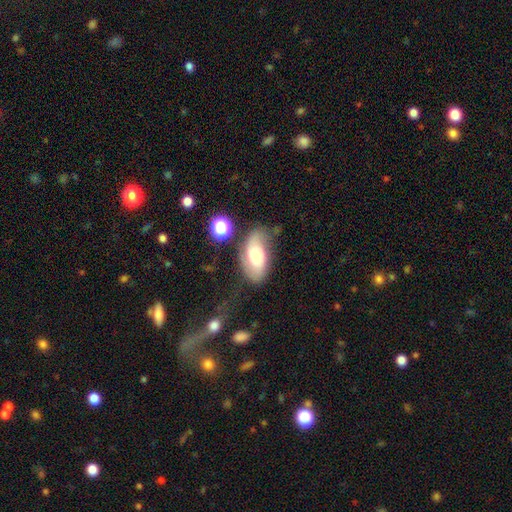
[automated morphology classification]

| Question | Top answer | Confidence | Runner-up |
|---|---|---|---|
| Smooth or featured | smooth | 47% | featured or disk (44%) |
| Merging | none | 54% | minor disturbance (25%) |